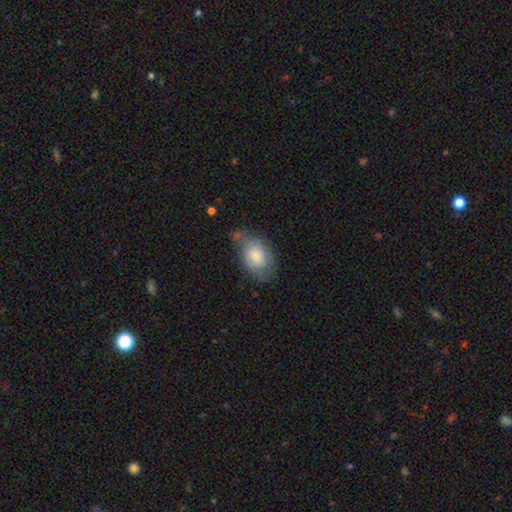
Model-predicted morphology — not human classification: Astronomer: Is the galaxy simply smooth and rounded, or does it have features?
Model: smooth — 70%.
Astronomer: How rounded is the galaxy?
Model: in between — 81%.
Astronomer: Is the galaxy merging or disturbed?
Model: none — 49% (runner-up: minor disturbance, 32%).